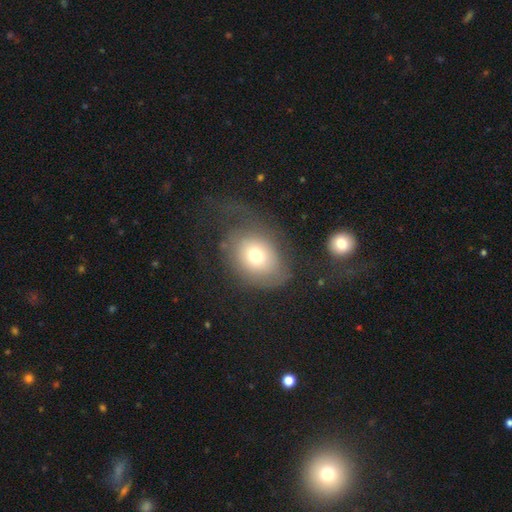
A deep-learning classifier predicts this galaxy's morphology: type=smooth (68%); roundness=round (52%); merging=none (48%).